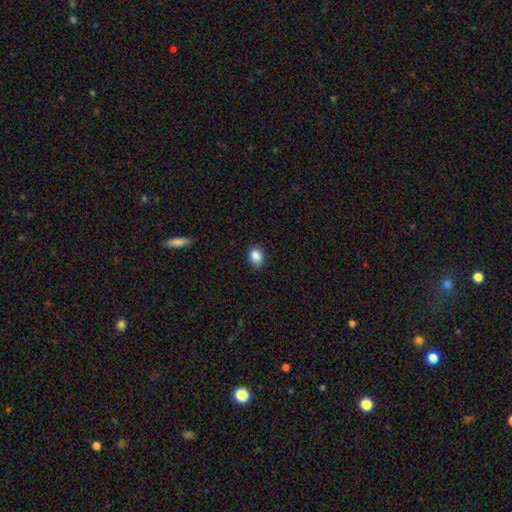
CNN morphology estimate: A smooth galaxy with no disk features (87%) that is in between round and cigar-shaped (56%).

Vote fractions:
- Smooth or featured? smooth: 87% / star or artifact: 9% / featured or disk: 4%
- How rounded? in between: 56% / round: 43% / cigar-shaped: 1%
- Merging? none: 78% / minor disturbance: 17% / major disturbance: 3% / merger: 1%